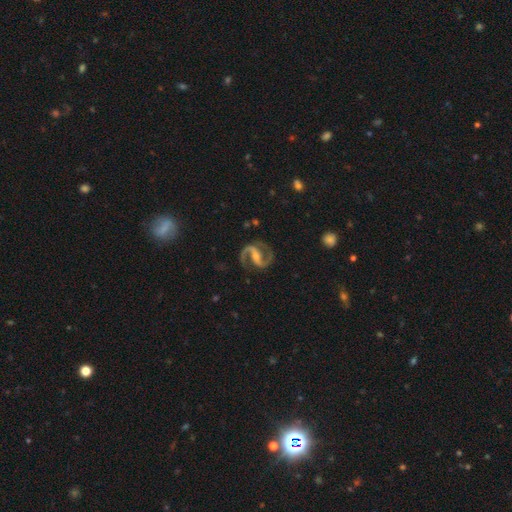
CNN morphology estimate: featured or disk 94%, star or artifact 4%, smooth 3%. Down the decision tree: edge-on disk — no (98%); bar — strong (48%); spiral arms — yes (98%); spiral arm count — 2 (95%); spiral winding — medium (67%); bulge size — small (46%); merging — none (83%).